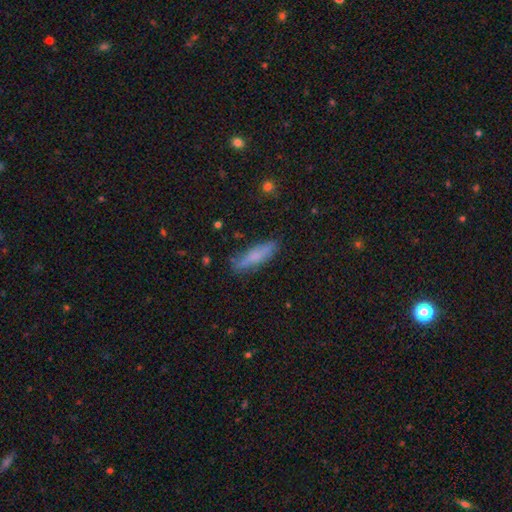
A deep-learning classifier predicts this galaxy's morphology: Smooth or featured: smooth — 68% (featured or disk — 24%)
How rounded: cigar-shaped — 70% (in between — 28%)
Merging: none — 78% (minor disturbance — 16%)